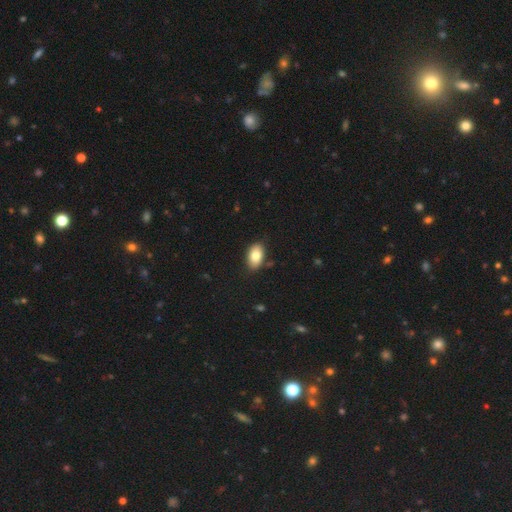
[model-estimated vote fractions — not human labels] Smooth or featured?
  - smooth: 82% *
  - featured or disk: 10%
  - star or artifact: 7%
How rounded?
  - in between: 92% *
  - round: 7%
  - cigar-shaped: 2%
Merging?
  - none: 85% *
  - minor disturbance: 11%
  - major disturbance: 2%
  - merger: 2%